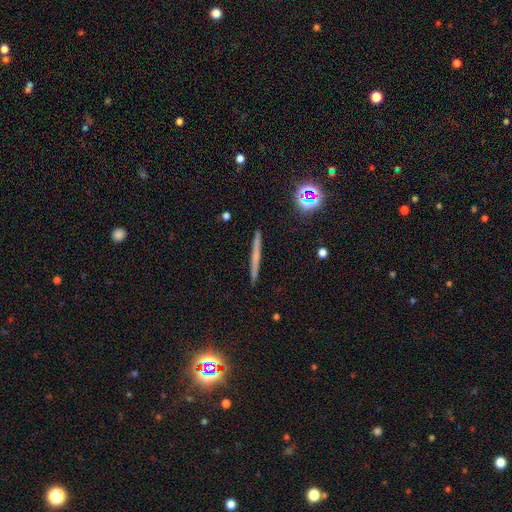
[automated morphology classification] Smooth or featured? Predicted: featured or disk (p=0.44). Merging? Predicted: none (p=0.92).